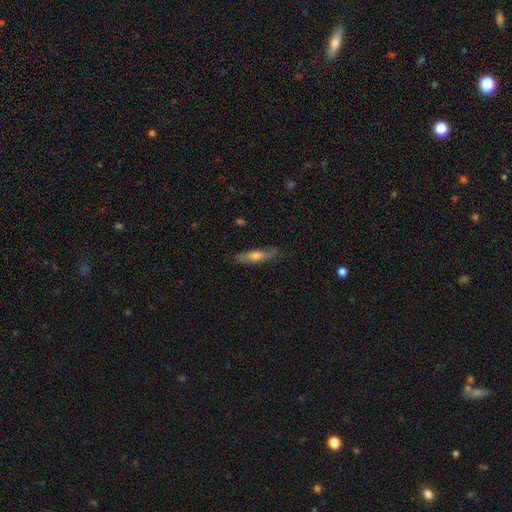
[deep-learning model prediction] A smooth galaxy with no disk features (47%). Merging: none (78%).